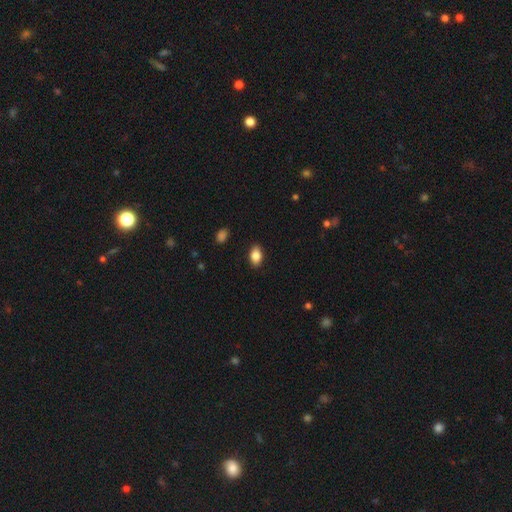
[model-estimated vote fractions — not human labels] smooth 84%, featured or disk 8%, star or artifact 8%. Down the decision tree: how rounded — in between (89%); merging — none (88%).